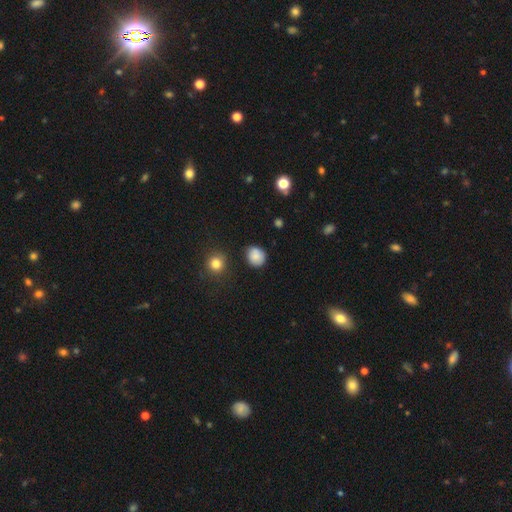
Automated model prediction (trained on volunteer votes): Smooth or featured? Predicted: smooth (p=0.84). How rounded? Predicted: round (p=0.81). Merging? Predicted: none (p=0.79).